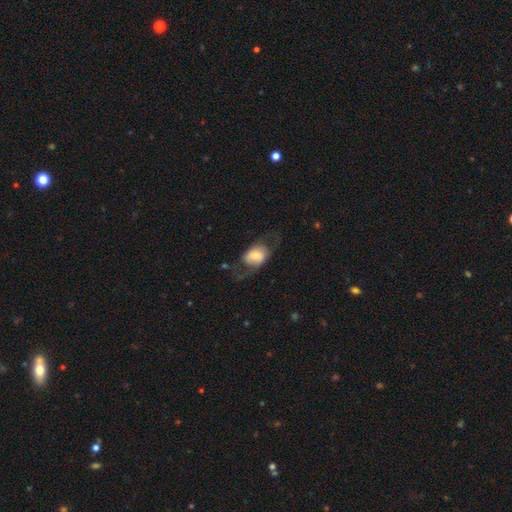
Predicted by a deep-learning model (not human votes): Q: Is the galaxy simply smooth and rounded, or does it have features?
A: smooth — 51%.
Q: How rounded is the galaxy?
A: in between — 68%.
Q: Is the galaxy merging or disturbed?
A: none — 49%.